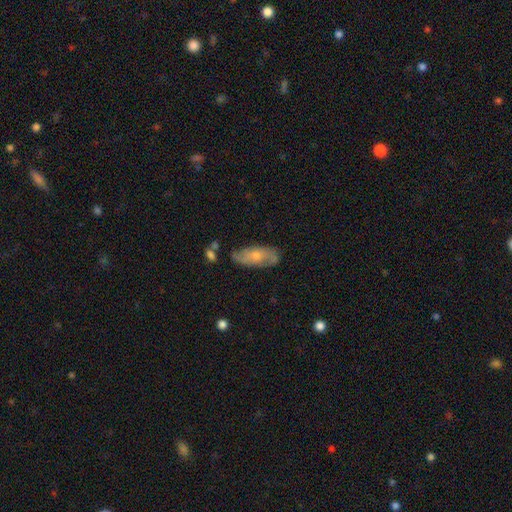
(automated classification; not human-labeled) Smooth or featured?
  - smooth: 47% * (tied)
  - featured or disk: 47% * (tied)
  - star or artifact: 6%
Merging?
  - none: 68% *
  - minor disturbance: 22%
  - major disturbance: 6%
  - merger: 4%